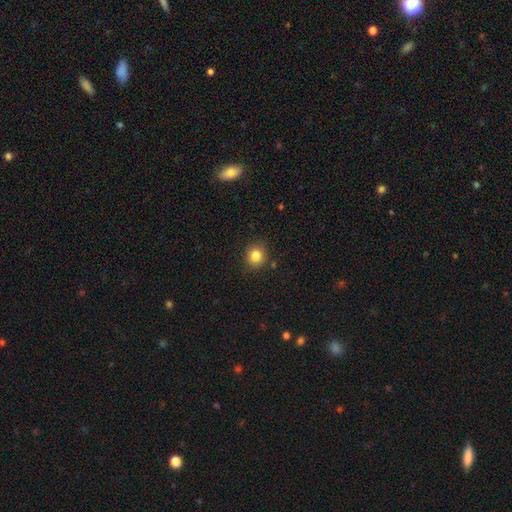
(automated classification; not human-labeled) Smooth or featured? smooth (83%)
How rounded? round (86%)
Merging? none (88%)